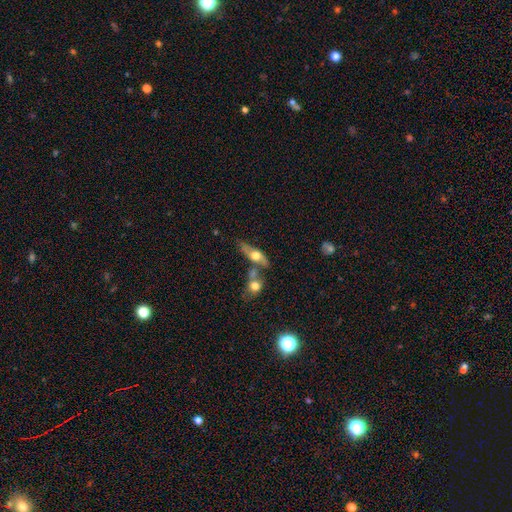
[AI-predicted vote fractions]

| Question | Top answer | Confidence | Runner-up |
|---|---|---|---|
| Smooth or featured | featured or disk | 48% | smooth (45%) |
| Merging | none | 46% | merger (32%) |